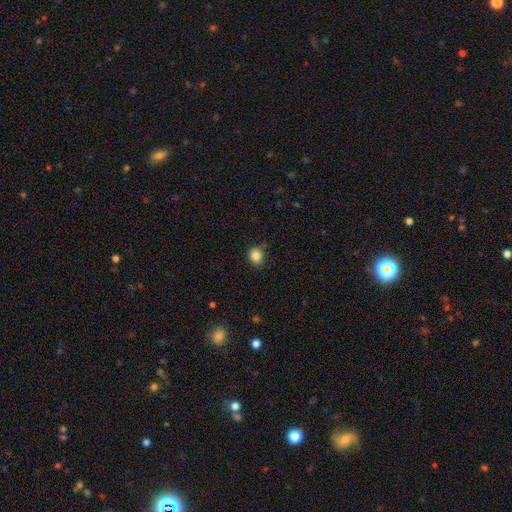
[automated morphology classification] A smooth galaxy with no disk features (85%) that is round (73%).

Vote fractions:
- Smooth or featured? smooth: 85% / star or artifact: 10% / featured or disk: 5%
- How rounded? round: 73% / in between: 26% / cigar-shaped: 1%
- Merging? none: 83% / minor disturbance: 12% / major disturbance: 3% / merger: 2%